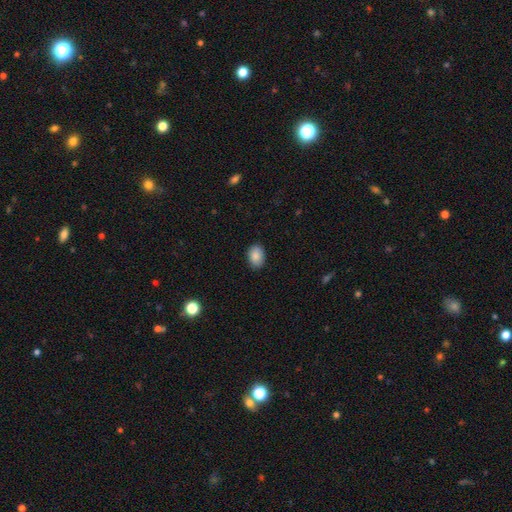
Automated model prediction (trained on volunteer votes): Overall: smooth (88%). How rounded: in between (82%). Merging: none (87%).